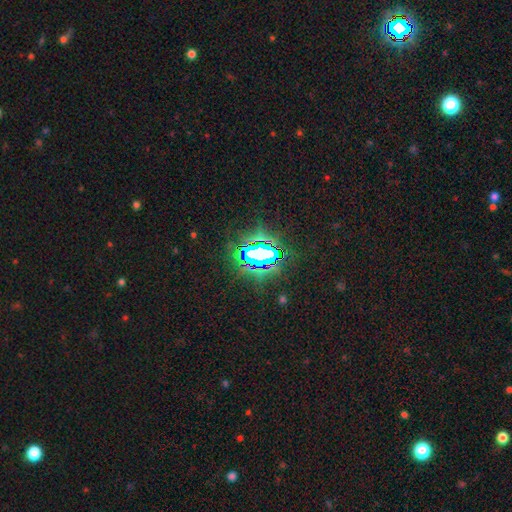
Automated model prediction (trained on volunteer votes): Morphology: type=star or artifact (78%).